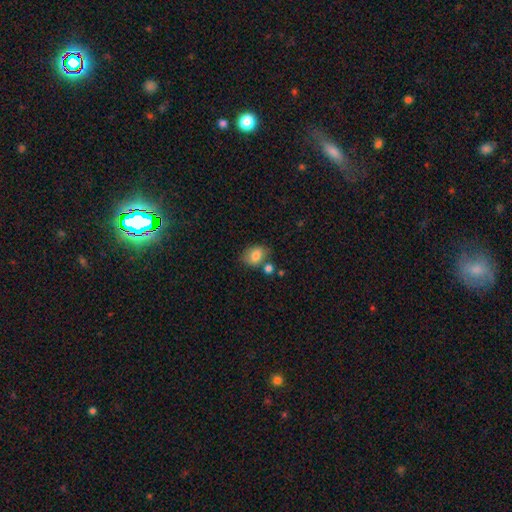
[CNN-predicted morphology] This is clearly a smooth galaxy (81%). How rounded: likely in between (67%). Merging: likely none (64%).